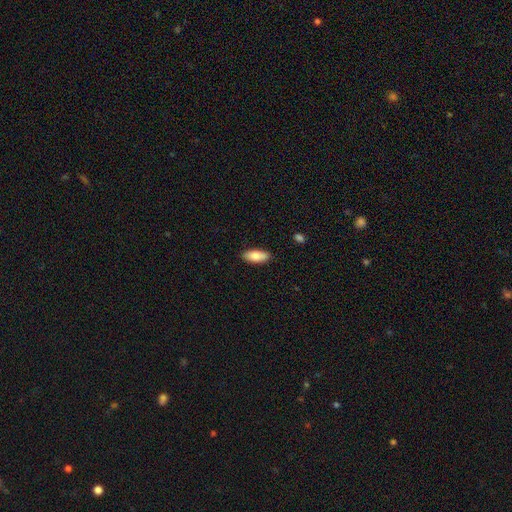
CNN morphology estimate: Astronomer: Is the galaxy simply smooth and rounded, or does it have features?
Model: smooth — 83%.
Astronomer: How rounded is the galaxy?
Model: in between — 84%.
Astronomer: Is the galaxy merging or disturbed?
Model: none — 88%.